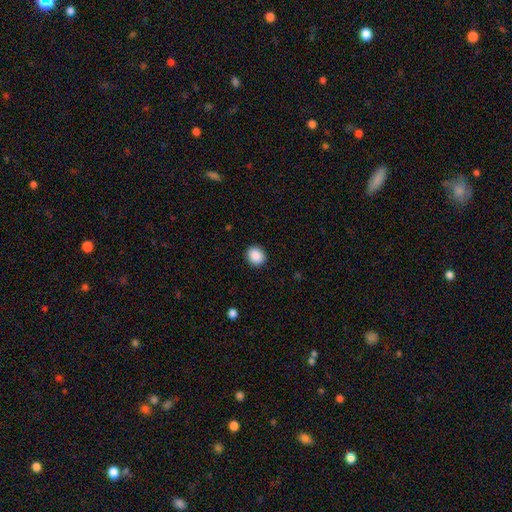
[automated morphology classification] smooth_or_featured: smooth (p=0.89) [alt: star or artifact p=0.08]
how_rounded: round (p=0.72) [alt: in between p=0.27]
merging: none (p=0.91) [alt: minor disturbance p=0.06]